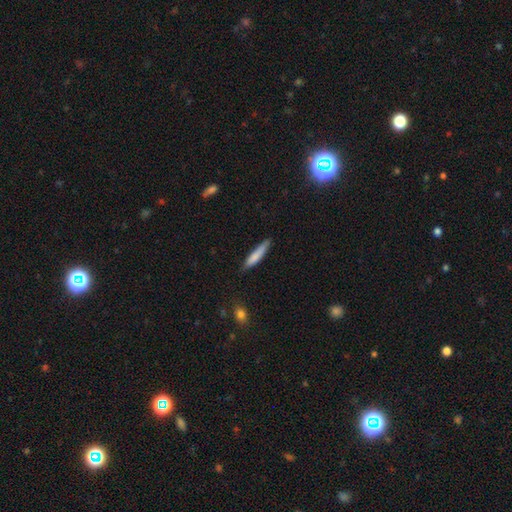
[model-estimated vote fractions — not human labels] Smooth or featured? Predicted: smooth (p=0.78). How rounded? Predicted: cigar-shaped (p=0.87). Merging? Predicted: none (p=0.73).